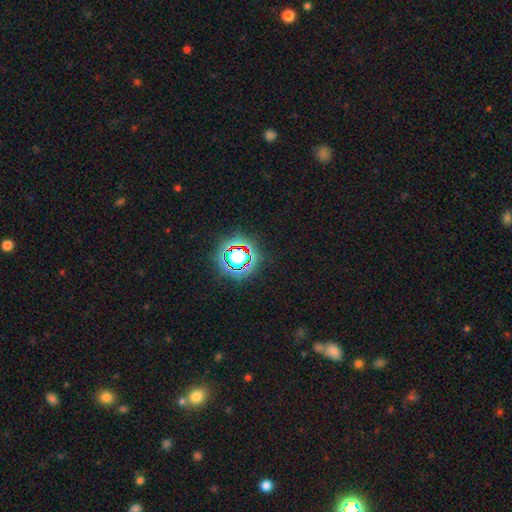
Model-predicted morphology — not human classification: Smooth or featured? star or artifact (73%)